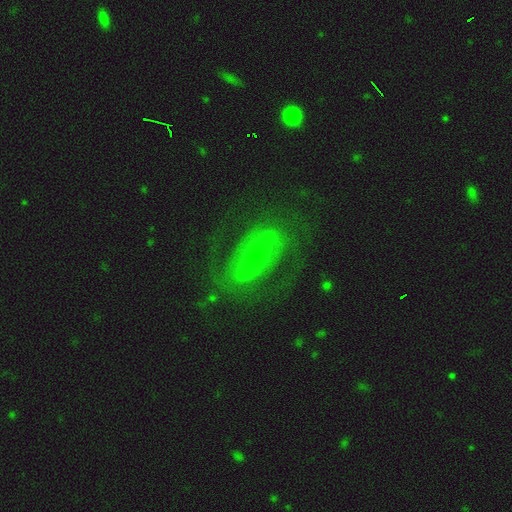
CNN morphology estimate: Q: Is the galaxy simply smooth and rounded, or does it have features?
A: featured or disk — 69%.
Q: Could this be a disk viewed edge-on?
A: no — 81%.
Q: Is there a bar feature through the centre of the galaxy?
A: weak — 34%.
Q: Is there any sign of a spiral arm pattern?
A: yes — 65%.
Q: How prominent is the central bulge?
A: small — 59%.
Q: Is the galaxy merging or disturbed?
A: none — 72%.